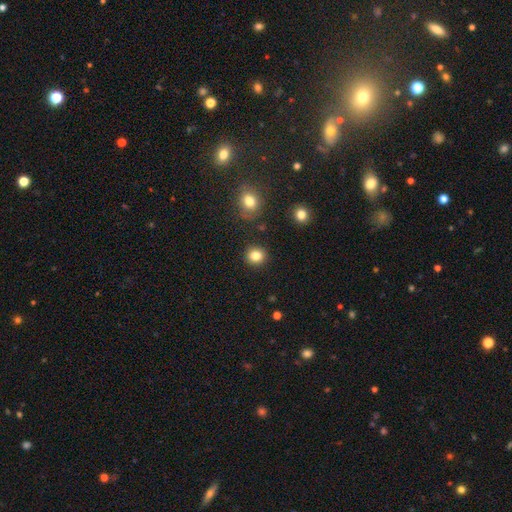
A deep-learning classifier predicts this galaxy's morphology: type=smooth (83%); roundness=round (89%); merging=none (90%).